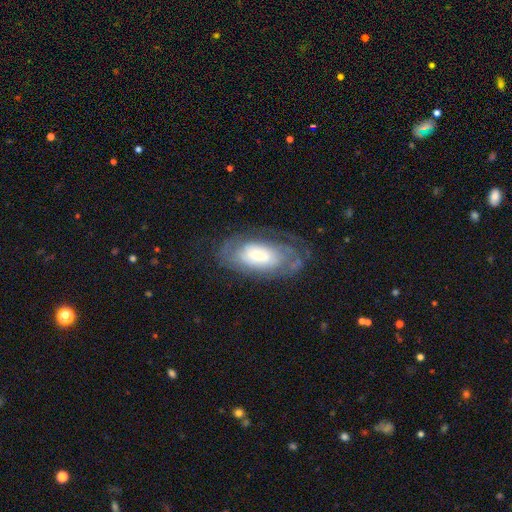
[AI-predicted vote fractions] A featured or disk galaxy (64%) with no bar (70%), spiral arms (74%) and a moderate central bulge (36%). Merging: none (67%).